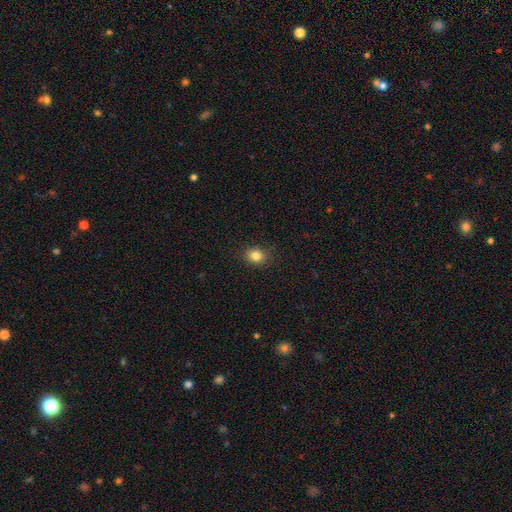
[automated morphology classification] Smooth or featured?
  - smooth: 83% *
  - star or artifact: 11%
  - featured or disk: 6%
How rounded?
  - round: 54% *
  - in between: 45%
  - cigar-shaped: 1%
Merging?
  - none: 89% *
  - minor disturbance: 8%
  - major disturbance: 2%
  - merger: 1%